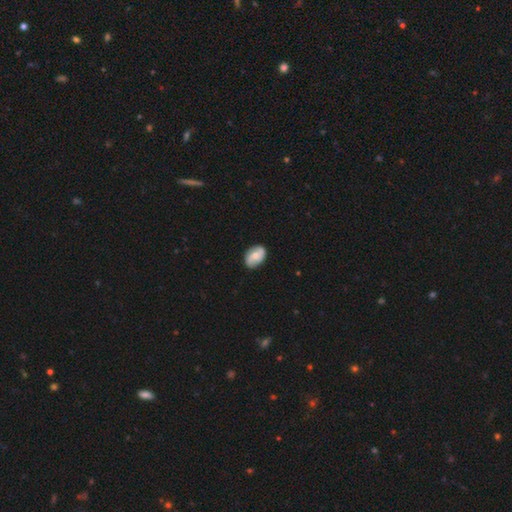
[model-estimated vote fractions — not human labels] Overall: smooth (53%; featured or disk 40%). How rounded: in between (84%). Merging: none (79%).